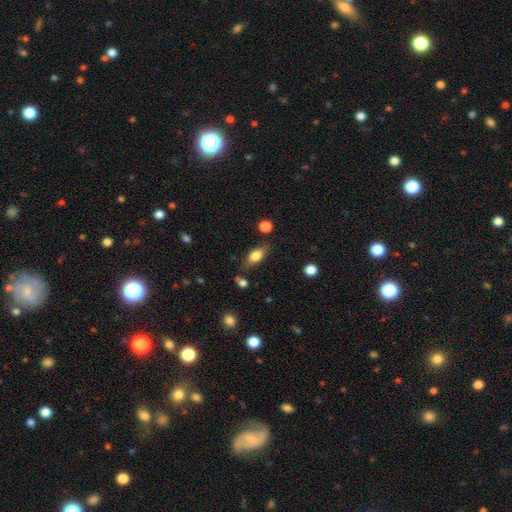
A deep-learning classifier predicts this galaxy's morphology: This appears to be a smooth galaxy with no disk features (74%) that is in between round and cigar-shaped (81%). Merging: none (73%).